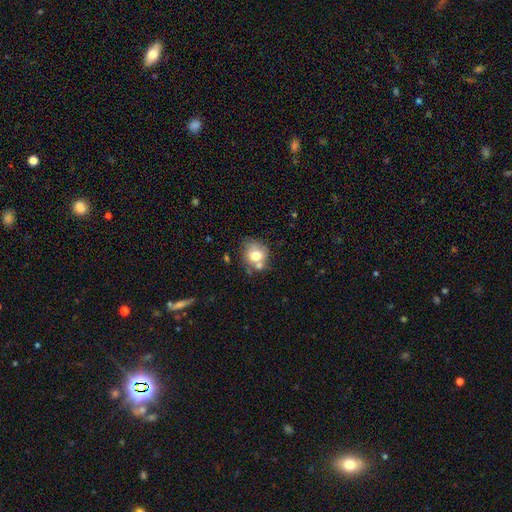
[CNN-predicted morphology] This is likely a smooth galaxy (70%). How rounded: likely round (71%). Merging: possibly none (50%).